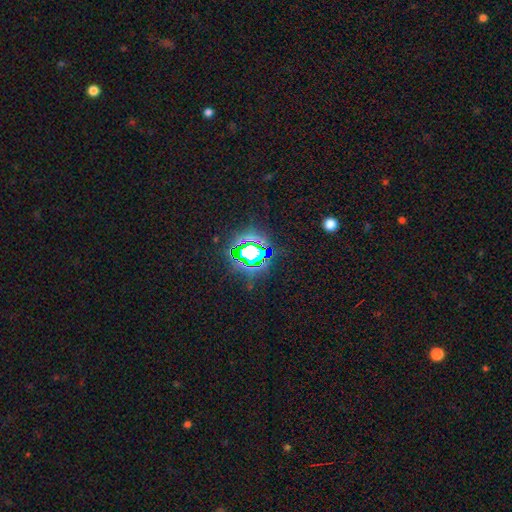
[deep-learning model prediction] The model was most divided on "smooth or featured": star or artifact: 71%, smooth: 18%, featured or disk: 11%.